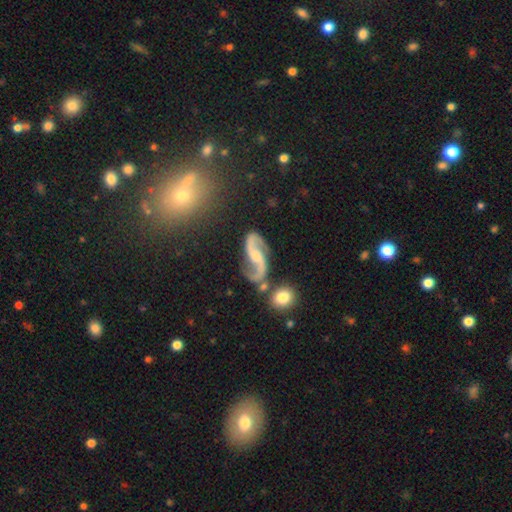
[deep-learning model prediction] This is clearly a featured or disk galaxy (91%). It is clearly not viewed edge-on (97%). Bar: marginally no (44%). Spiral arm pattern: clearly yes (98%). Spiral arm count: clearly 2 (94%). Spiral winding: likely loose (66%). Central bulge: possibly small (45%). Merging: likely none (74%).